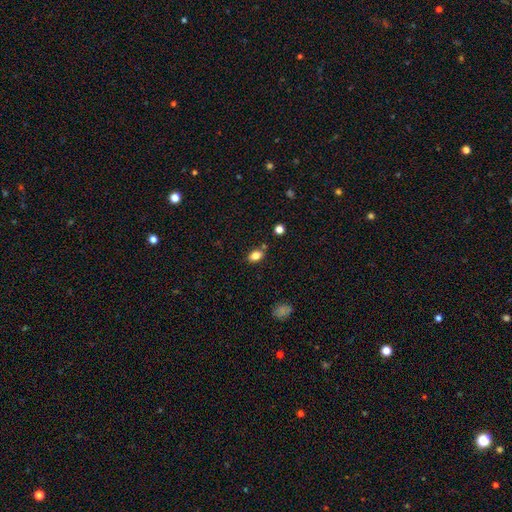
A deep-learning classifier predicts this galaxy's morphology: This appears to be a smooth galaxy with no disk features (80%) that is in between round and cigar-shaped (83%). Merging: none (77%).